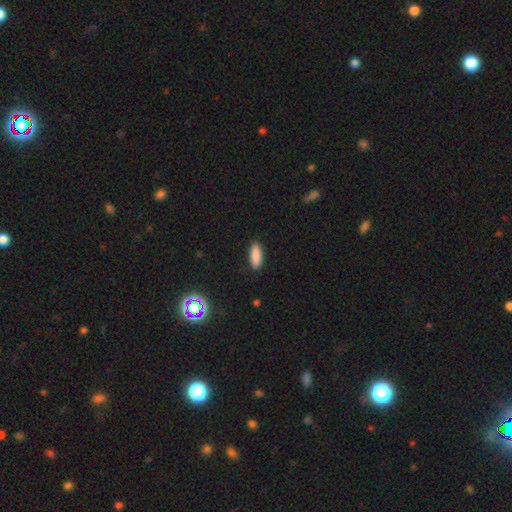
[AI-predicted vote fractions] smooth_or_featured: smooth (p=0.87) [alt: star or artifact p=0.08]
how_rounded: in between (p=0.65) [alt: cigar-shaped p=0.33]
merging: none (p=0.88) [alt: minor disturbance p=0.09]